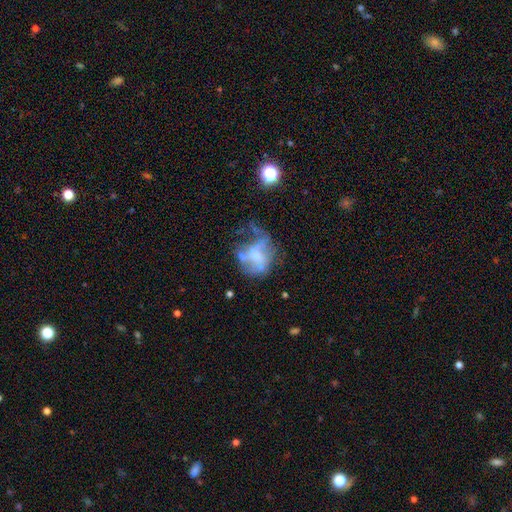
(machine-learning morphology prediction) Smooth or featured?
  - featured or disk: 55% *
  - smooth: 32%
  - star or artifact: 13%
Edge-on disk?
  - no: 98% *
  - yes: 2%
Bar?
  - no: 77% *
  - weak: 18%
  - strong: 5%
Spiral arms?
  - no: 76% *
  - yes: 24%
Bulge size?
  - none: 38% *
  - small: 28%
  - moderate: 27%
  - large: 6%
  - dominant: 2%
Merging?
  - major disturbance: 41% *
  - none: 28%
  - minor disturbance: 20%
  - merger: 11%